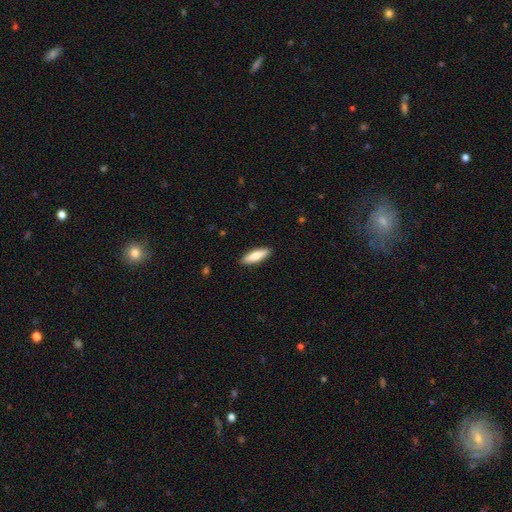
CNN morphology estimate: This appears to be a smooth galaxy with no disk features (76%) that is cigar-shaped (57%). Merging: none (90%).